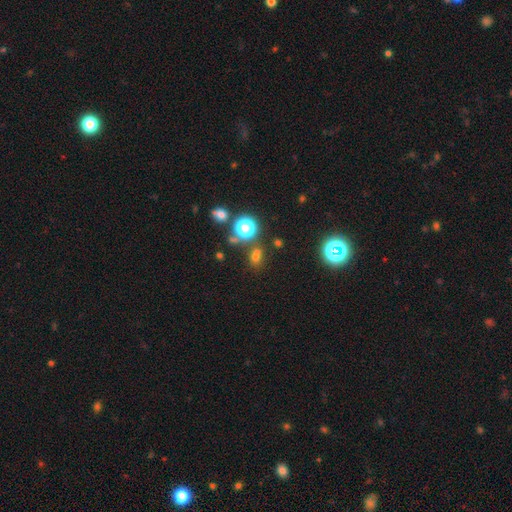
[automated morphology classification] Smooth or featured? Predicted: smooth (p=0.60). How rounded? Predicted: round (p=0.56). Merging? Predicted: none (p=0.67).